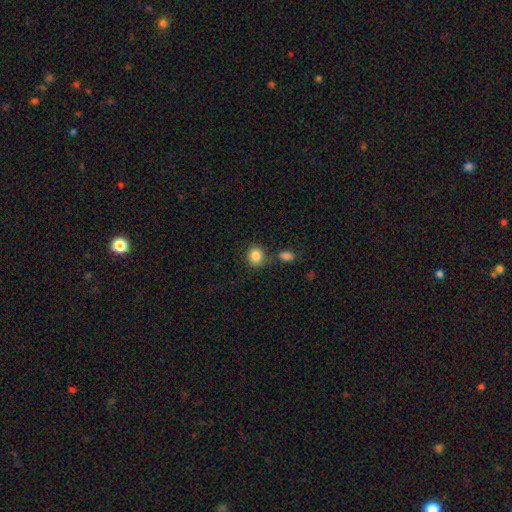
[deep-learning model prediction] A smooth galaxy with no disk features (86%) that is round (84%). Merging: none (70%).